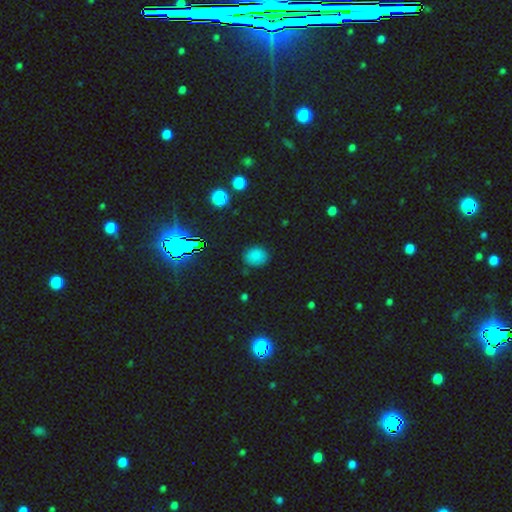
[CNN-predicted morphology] smooth-or-featured: smooth: 75% | star or artifact: 20% | featured or disk: 5%
  how-rounded: round: 63% | in between: 36% | cigar-shaped: 1%
  merging: none: 83% | minor disturbance: 12% | major disturbance: 3% | merger: 2%